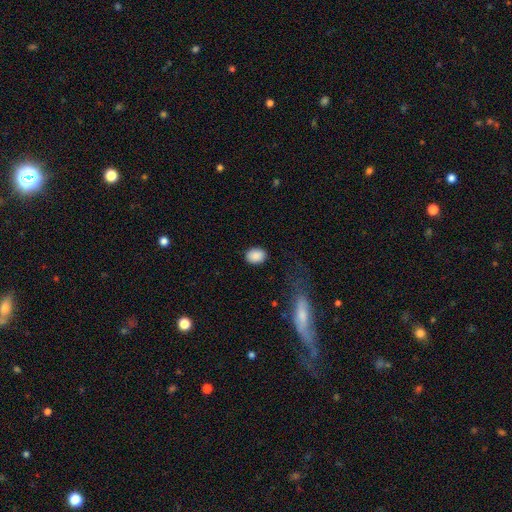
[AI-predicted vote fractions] smooth_or_featured: smooth (p=0.89) [alt: star or artifact p=0.08]
how_rounded: in between (p=0.63) [alt: round p=0.36]
merging: none (p=0.87) [alt: minor disturbance p=0.09]